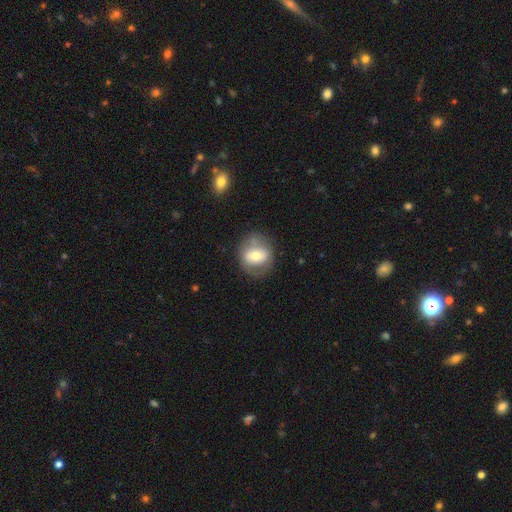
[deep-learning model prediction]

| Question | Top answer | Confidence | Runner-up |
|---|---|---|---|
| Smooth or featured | smooth | 56% | featured or disk (37%) |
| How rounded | round | 65% | in between (34%) |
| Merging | none | 70% | minor disturbance (18%) |